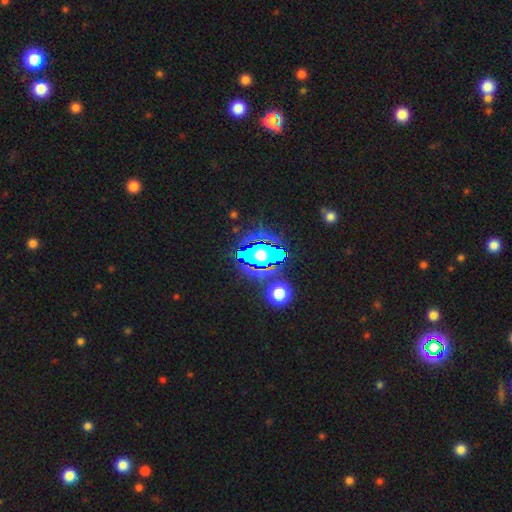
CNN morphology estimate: This appears to be a star or artifact, not a galaxy (50%).